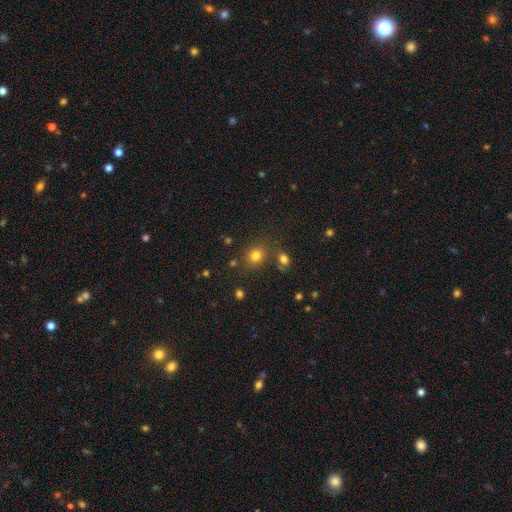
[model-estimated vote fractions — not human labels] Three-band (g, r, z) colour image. It shows a smooth galaxy with no disk features (78%) that is round (64%). Merging: none (73%).